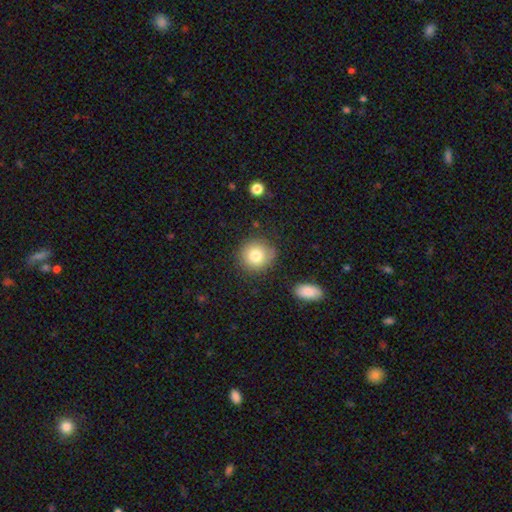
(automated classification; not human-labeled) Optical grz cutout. It shows a smooth galaxy with no disk features (80%) that is round (89%). Merging: none (80%).